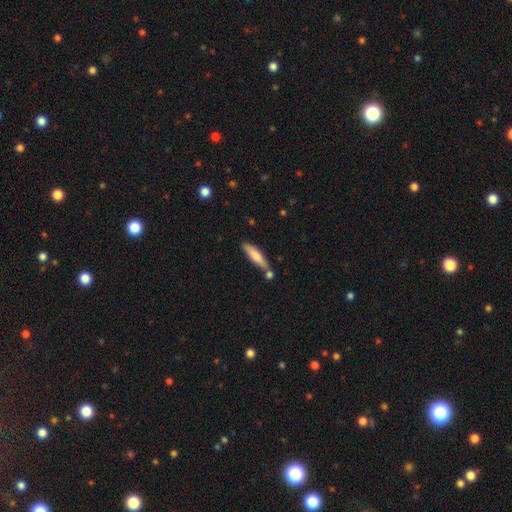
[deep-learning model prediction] The model was most divided on "smooth or featured": smooth: 72%, featured or disk: 23%, star or artifact: 6%. More confident: how rounded — cigar-shaped (78%); merging — none (66%).